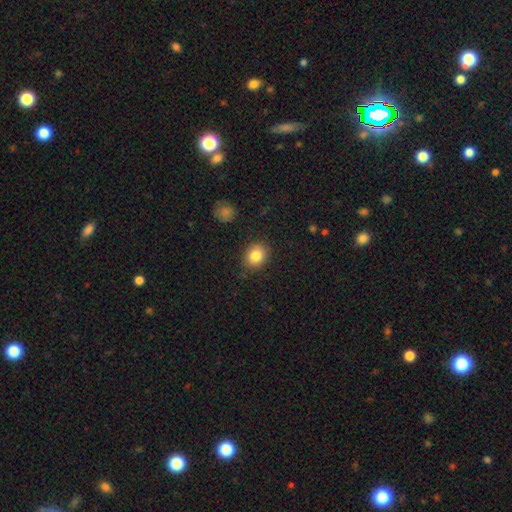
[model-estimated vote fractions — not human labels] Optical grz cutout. It shows a smooth galaxy with no disk features (84%) that is round (58%). Merging: none (84%).